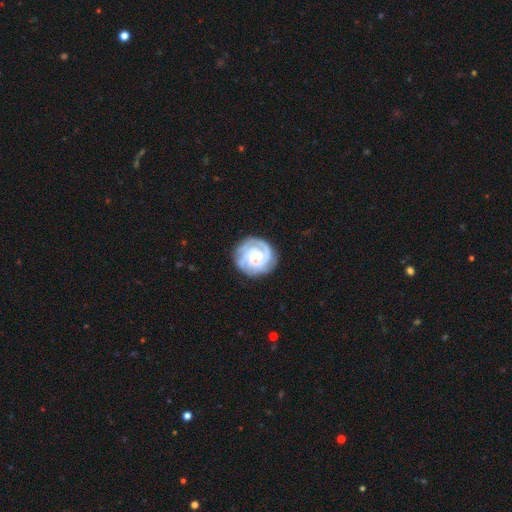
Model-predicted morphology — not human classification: A featured or disk galaxy (80%) with no bar (64%), 3 (34%) tight (69%) spiral arms (96%) and a small central bulge (43%).

Vote fractions:
- Smooth or featured? featured or disk: 80% / smooth: 14% / star or artifact: 6%
- Edge-on disk? no: 98% / yes: 2%
- Bar? no: 64% / weak: 30% / strong: 7%
- Spiral arms? yes: 96% / no: 4%
- Spiral winding? tight: 69% / medium: 26% / loose: 5%
- Spiral arm count? 3: 34% / can't tell: 25% / 2: 17% / 4: 12% / 1: 6% / more than 4: 6%
- Bulge size? small: 43% / moderate: 31% / none: 14% / large: 10% / dominant: 2%
- Merging? none: 78% / minor disturbance: 15% / major disturbance: 6% / merger: 1%